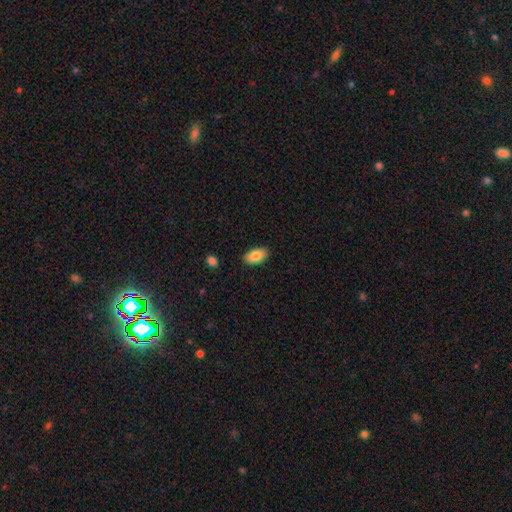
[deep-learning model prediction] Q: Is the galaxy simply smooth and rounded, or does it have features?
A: smooth — 85%.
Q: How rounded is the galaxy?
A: in between — 94%.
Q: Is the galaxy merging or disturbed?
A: none — 88%.